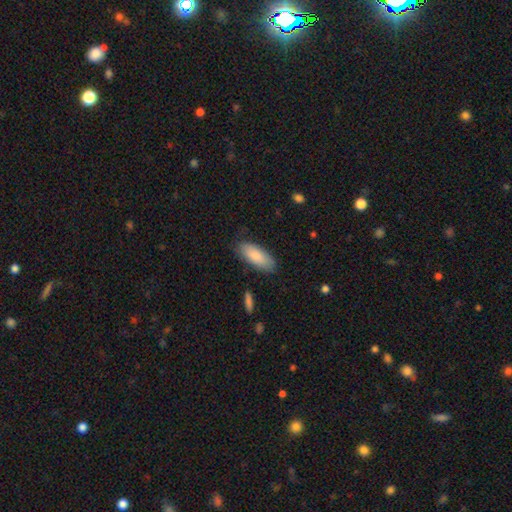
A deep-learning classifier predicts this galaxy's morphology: This appears to be a smooth galaxy with no disk features (86%) that is in between round and cigar-shaped (81%). Merging: none (81%).